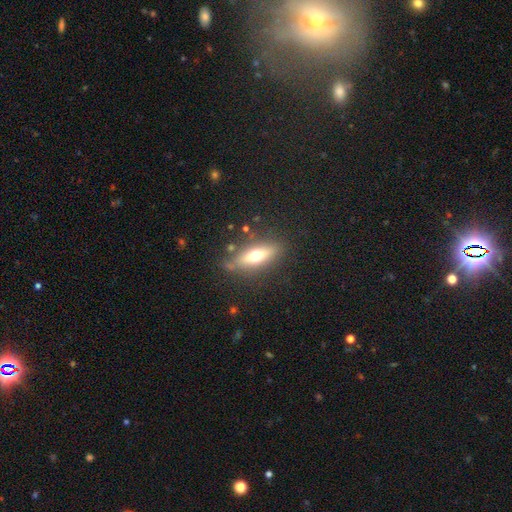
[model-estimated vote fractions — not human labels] smooth-or-featured: smooth: 51% | featured or disk: 41% | star or artifact: 8%
  how-rounded: in between: 54% | cigar-shaped: 42% | round: 4%
  merging: none: 78% | minor disturbance: 14% | major disturbance: 5% | merger: 3%